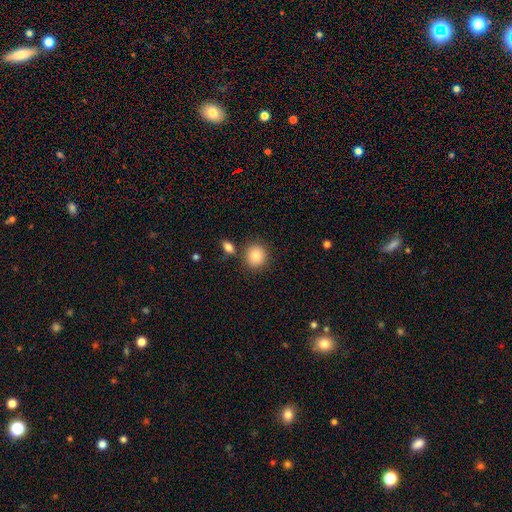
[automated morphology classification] smooth_or_featured: smooth (p=0.86) [alt: star or artifact p=0.08]
how_rounded: round (p=0.85) [alt: in between p=0.13]
merging: none (p=0.80) [alt: merger p=0.09]